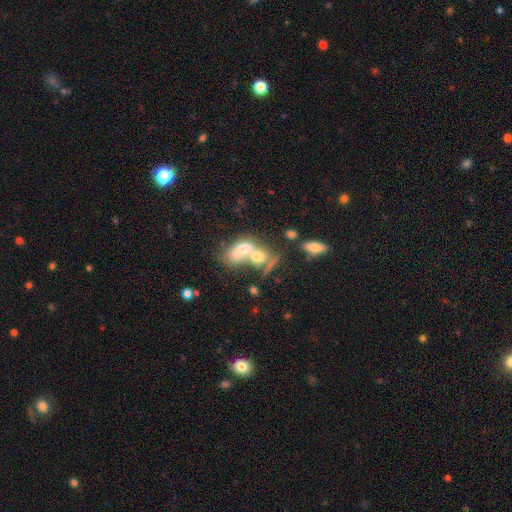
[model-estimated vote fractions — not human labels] Smooth or featured? smooth (43%)
Merging? merger (69%)